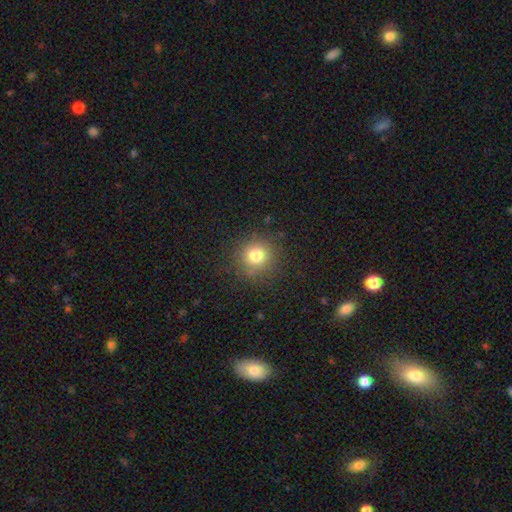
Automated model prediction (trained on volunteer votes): Smooth or featured: smooth — 78% (star or artifact — 14%)
How rounded: round — 91% (in between — 8%)
Merging: none — 85% (minor disturbance — 10%)